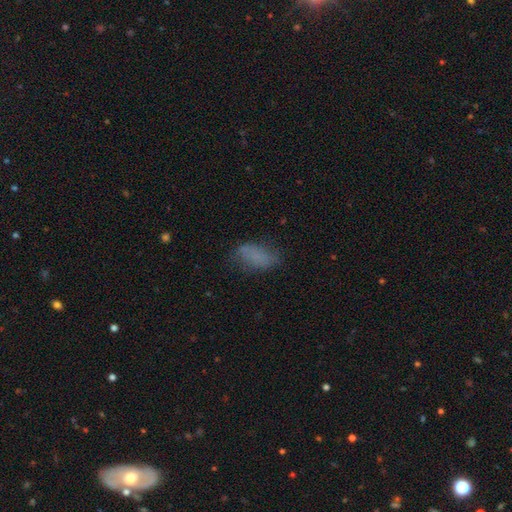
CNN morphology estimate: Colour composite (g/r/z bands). It shows a smooth galaxy with no disk features (73%) that is in between round and cigar-shaped (89%). Merging: none (63%).